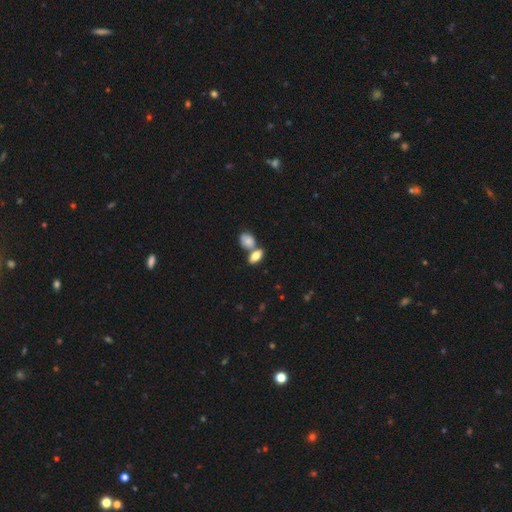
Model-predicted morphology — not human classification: smooth-or-featured: smooth: 79% | featured or disk: 13% | star or artifact: 8%
  how-rounded: in between: 85% | round: 10% | cigar-shaped: 5%
  merging: none: 45% | merger: 41% | minor disturbance: 10% | major disturbance: 3%